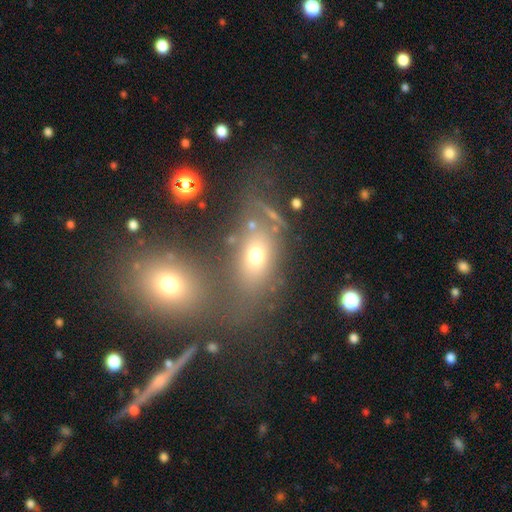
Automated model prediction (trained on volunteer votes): Smooth or featured? smooth (64%)
How rounded? in between (70%)
Merging? none (55%)